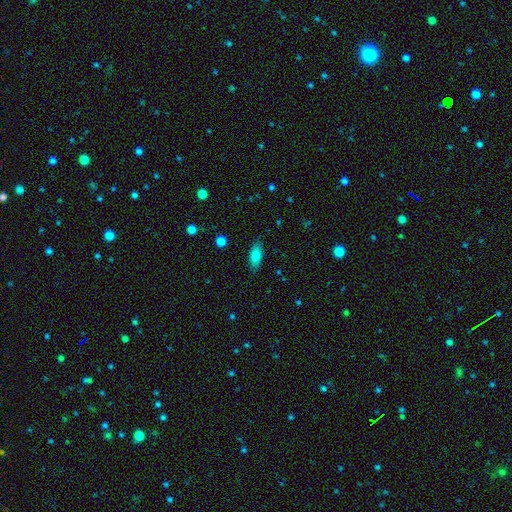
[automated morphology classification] Smooth or featured? Predicted: smooth (p=0.78). How rounded? Predicted: in between (p=0.78). Merging? Predicted: none (p=0.85).